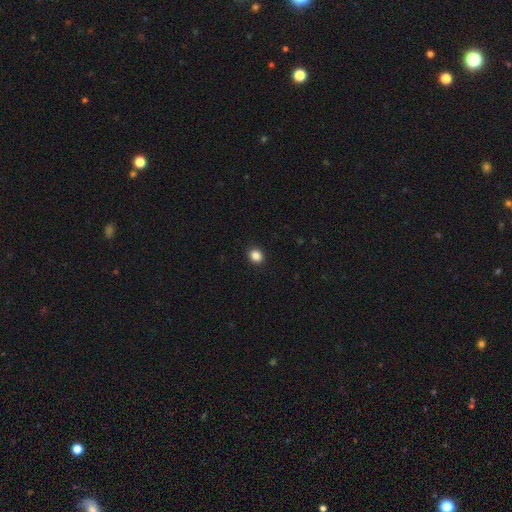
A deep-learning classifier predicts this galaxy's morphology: Smooth or featured?
  - smooth: 87% *
  - star or artifact: 10%
  - featured or disk: 3%
How rounded?
  - round: 72% *
  - in between: 27%
  - cigar-shaped: 1%
Merging?
  - none: 92% *
  - minor disturbance: 6%
  - major disturbance: 2%
  - merger: 1%